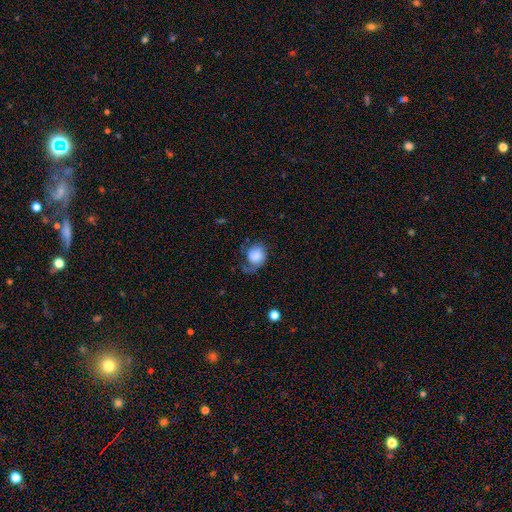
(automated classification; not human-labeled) This appears to be a smooth galaxy with no disk features (67%) that is round (65%). Merging: none (37%).